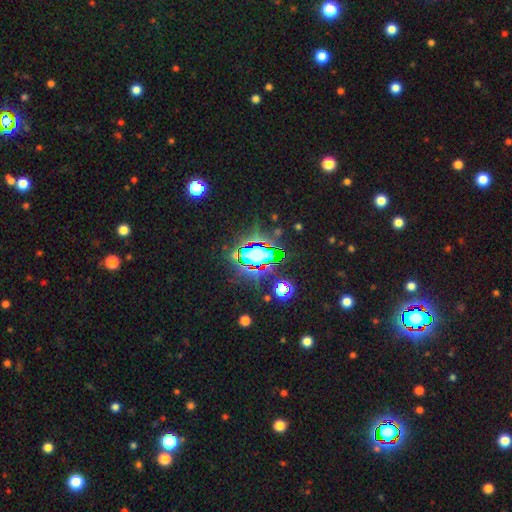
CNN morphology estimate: star or artifact 67%, smooth 20%, featured or disk 13%.